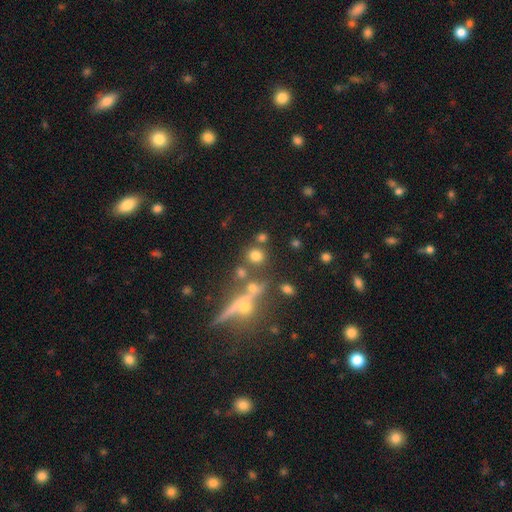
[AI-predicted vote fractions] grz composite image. It shows a smooth galaxy with no disk features (72%) that is round (84%). Merging: none (70%).